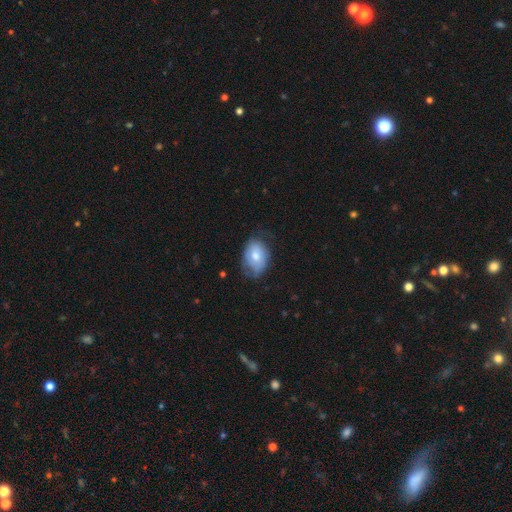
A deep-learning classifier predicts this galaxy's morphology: Q: Smooth or featured?
A: smooth (63%); runner-up: featured or disk (30%)
Q: How rounded?
A: in between (76%); runner-up: round (23%)
Q: Merging?
A: none (52%); runner-up: minor disturbance (34%)